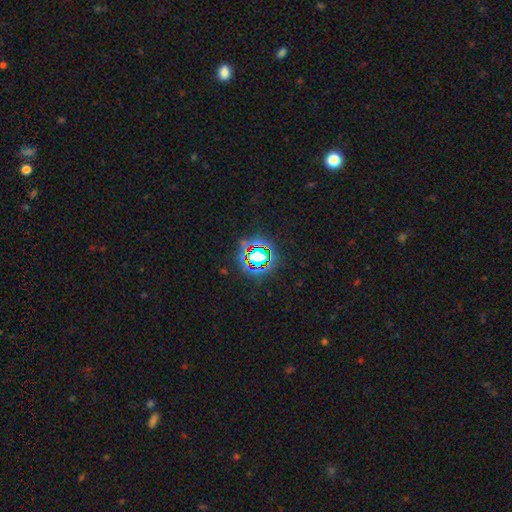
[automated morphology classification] Smooth or featured? star or artifact (71%)